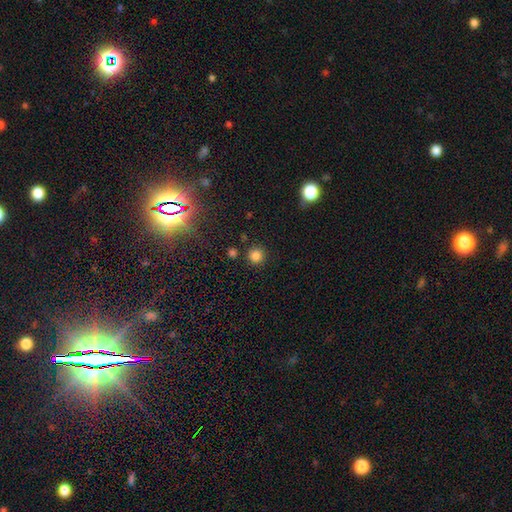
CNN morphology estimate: This is clearly a smooth galaxy (82%). How rounded: clearly round (95%). Merging: clearly none (88%).